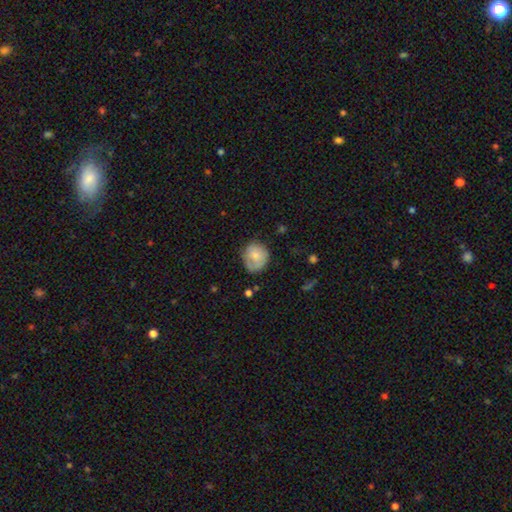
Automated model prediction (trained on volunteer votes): Smooth or featured? smooth (75%)
How rounded? round (72%)
Merging? none (60%)